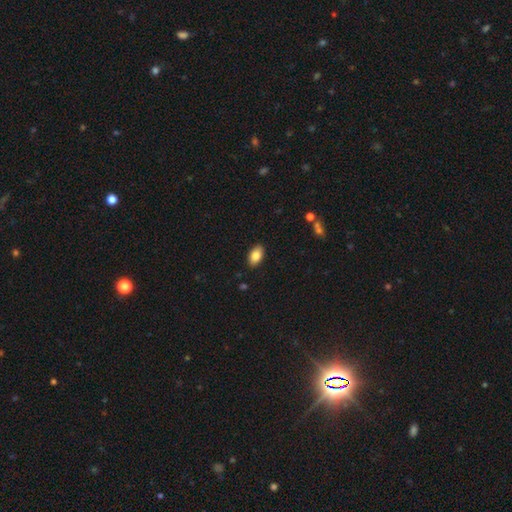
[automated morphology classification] type=smooth (85%); roundness=in between (93%); merging=none (88%).